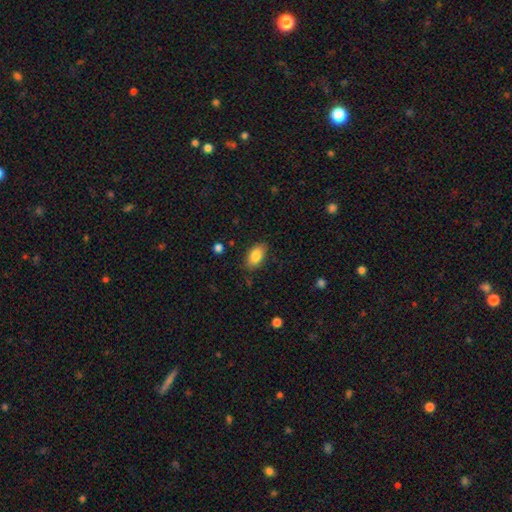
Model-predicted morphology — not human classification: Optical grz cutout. It shows a smooth galaxy with no disk features (84%) that is in between round and cigar-shaped (91%). Merging: none (84%).